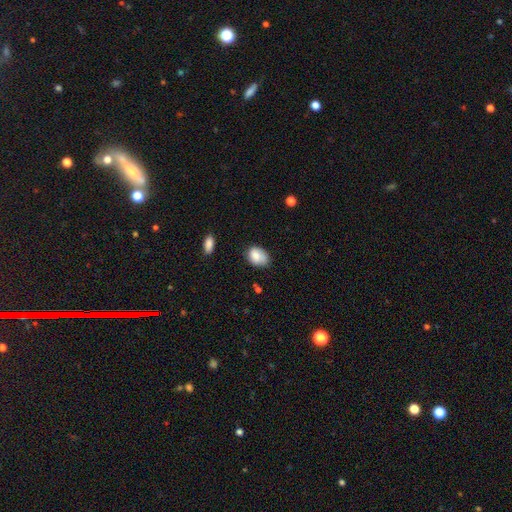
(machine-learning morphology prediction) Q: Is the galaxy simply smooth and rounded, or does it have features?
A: smooth — 82%.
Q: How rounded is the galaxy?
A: in between — 77%.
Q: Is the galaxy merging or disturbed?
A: none — 64%.